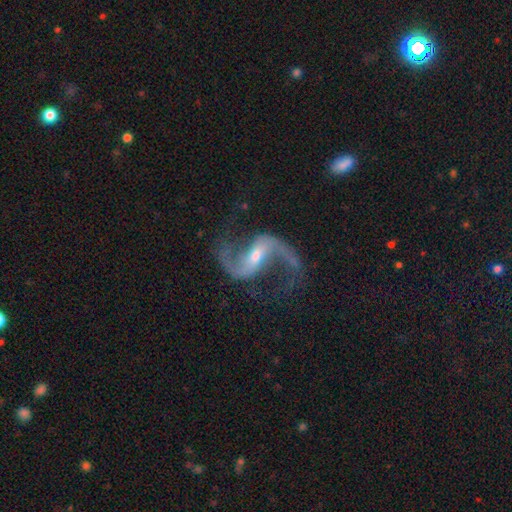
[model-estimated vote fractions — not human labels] Overall: featured or disk (93%). Edge-on disk: no (98%). Bar: weak (43%; strong 38%). Spiral arms: yes (98%). Spiral arm count: 2 (95%). Spiral winding: loose (72%). Bulge size: moderate (49%; small 43%). Merging: none (76%).